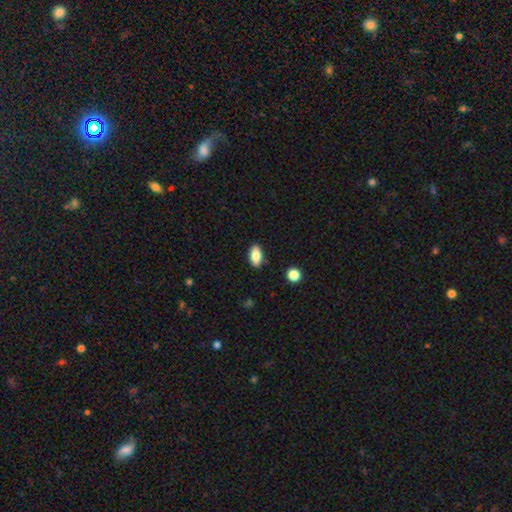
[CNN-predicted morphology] Overall: smooth (82%). How rounded: in between (89%). Merging: none (88%).